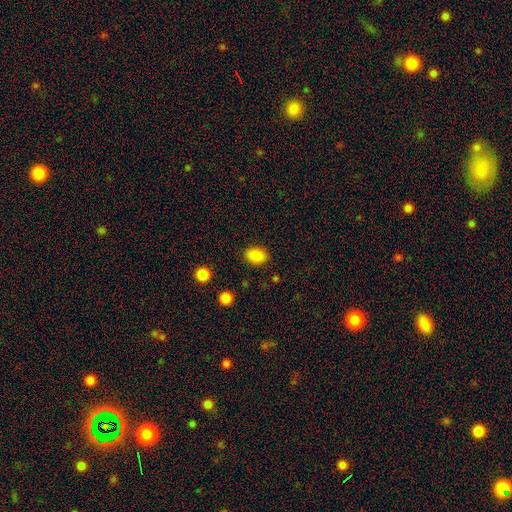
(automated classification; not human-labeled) smooth_or_featured: smooth (p=0.87) [alt: star or artifact p=0.09]
how_rounded: in between (p=0.76) [alt: round p=0.23]
merging: none (p=0.87) [alt: minor disturbance p=0.09]